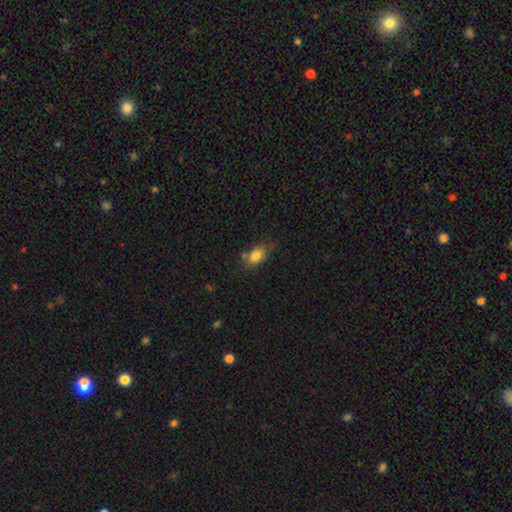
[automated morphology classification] smooth_or_featured: smooth (p=0.82) [alt: featured or disk p=0.10]
how_rounded: in between (p=0.83) [alt: round p=0.14]
merging: none (p=0.59) [alt: minor disturbance p=0.23]